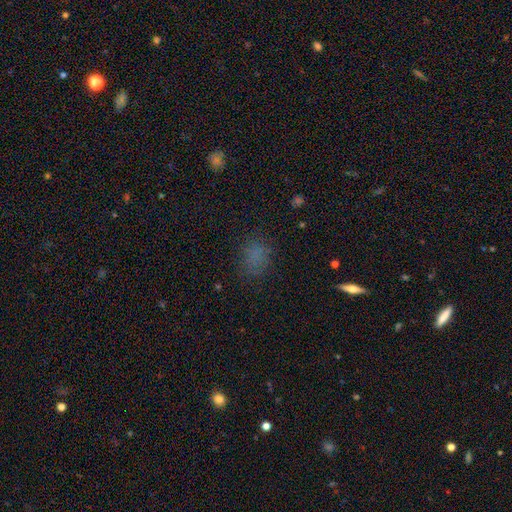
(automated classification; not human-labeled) A smooth galaxy with no disk features (70%) that is in between round and cigar-shaped (59%). Merging: none (73%).